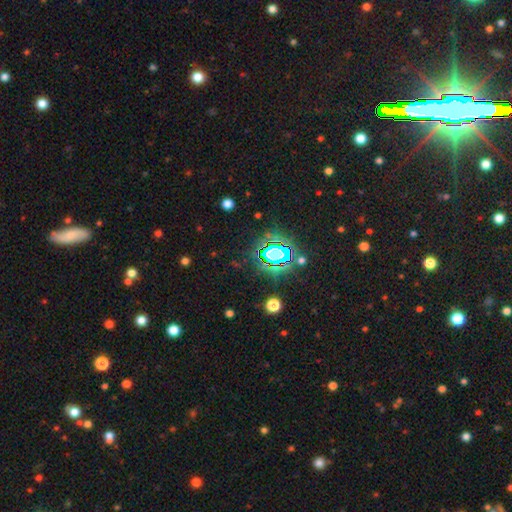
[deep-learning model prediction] Smooth or featured? star or artifact (82%)